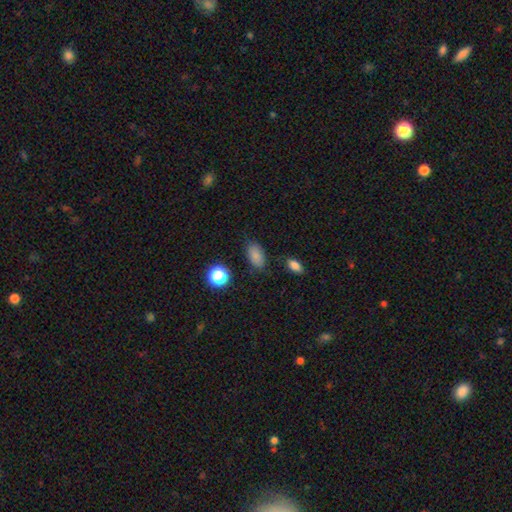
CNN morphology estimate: Smooth or featured? smooth (82%)
How rounded? in between (88%)
Merging? none (81%)